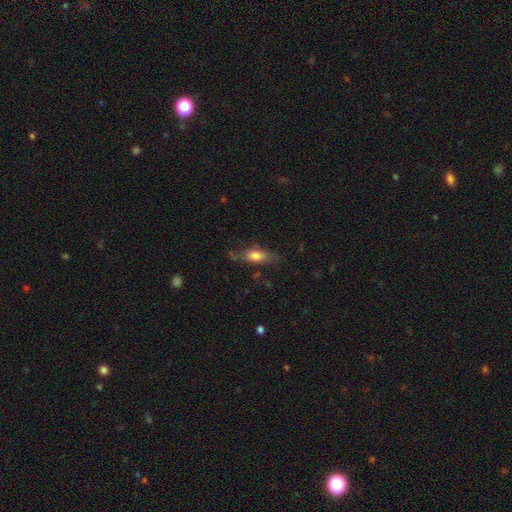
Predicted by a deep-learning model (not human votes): A smooth galaxy with no disk features (63%) that is in between round and cigar-shaped (62%).

Vote fractions:
- Smooth or featured? smooth: 63% / featured or disk: 29% / star or artifact: 8%
- How rounded? in between: 62% / cigar-shaped: 35% / round: 4%
- Merging? none: 63% / minor disturbance: 25% / major disturbance: 10% / merger: 3%